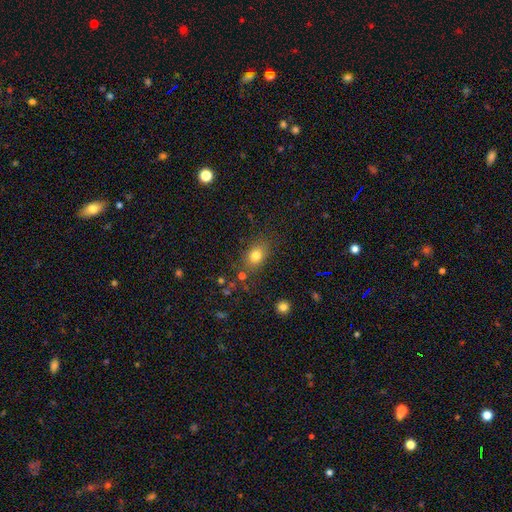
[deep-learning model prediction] Smooth or featured? Predicted: smooth (p=0.79). How rounded? Predicted: in between (p=0.66). Merging? Predicted: none (p=0.76).